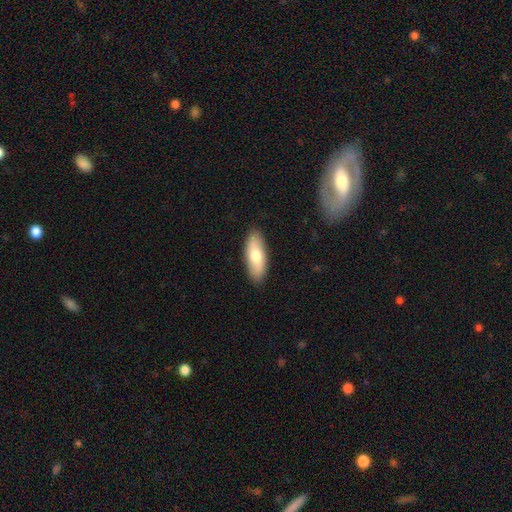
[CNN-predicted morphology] type=smooth (72%); roundness=in between (71%); merging=none (88%).